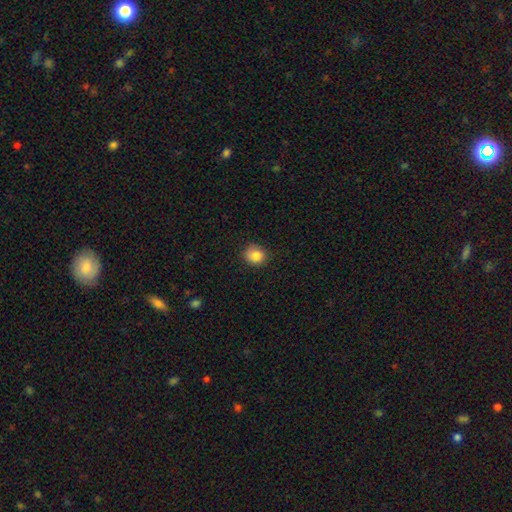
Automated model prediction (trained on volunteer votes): A smooth galaxy with no disk features (85%) that is round (82%).

Vote fractions:
- Smooth or featured? smooth: 85% / star or artifact: 10% / featured or disk: 6%
- How rounded? round: 82% / in between: 17% / cigar-shaped: 1%
- Merging? none: 80% / minor disturbance: 16% / major disturbance: 3% / merger: 1%